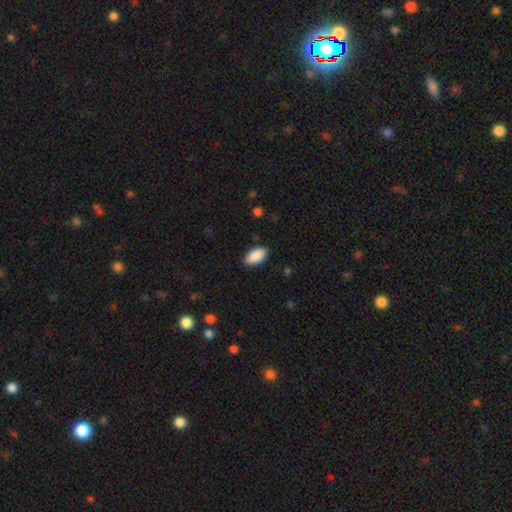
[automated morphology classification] This is clearly a smooth galaxy (90%). How rounded: clearly in between (95%). Merging: clearly none (88%).